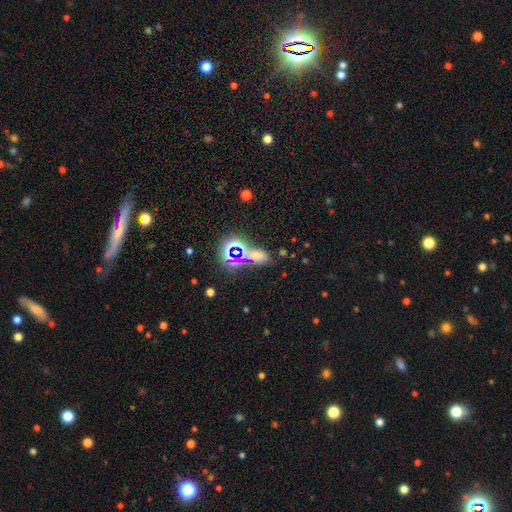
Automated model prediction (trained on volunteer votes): smooth-or-featured: star or artifact: 47% | smooth: 42% | featured or disk: 10%